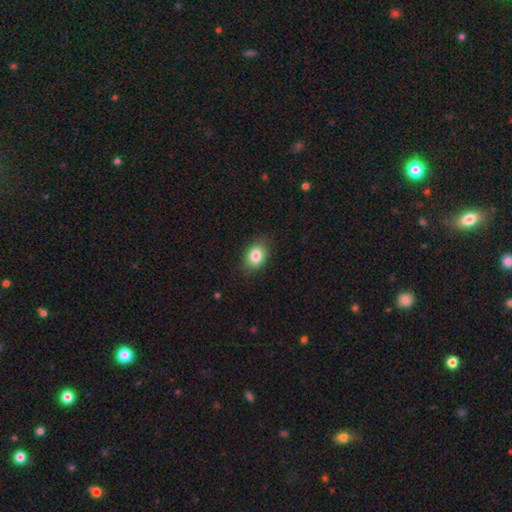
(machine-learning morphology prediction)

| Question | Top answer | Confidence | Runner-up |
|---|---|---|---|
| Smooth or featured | smooth | 84% | star or artifact (9%) |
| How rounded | in between | 72% | round (27%) |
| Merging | none | 83% | minor disturbance (13%) |